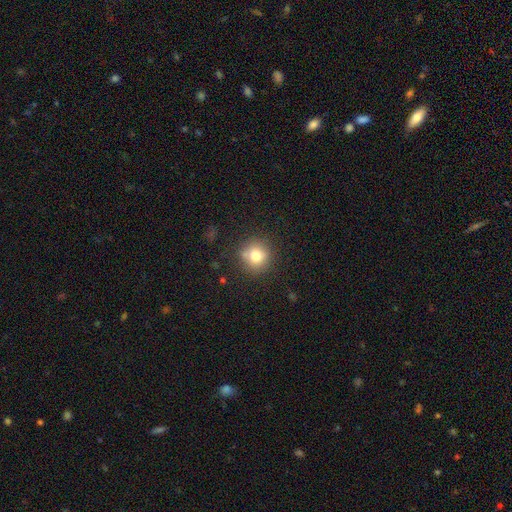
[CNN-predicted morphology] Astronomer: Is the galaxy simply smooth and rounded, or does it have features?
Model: smooth — 77%.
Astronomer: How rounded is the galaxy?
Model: round — 91%.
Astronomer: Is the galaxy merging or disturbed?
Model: none — 80%.